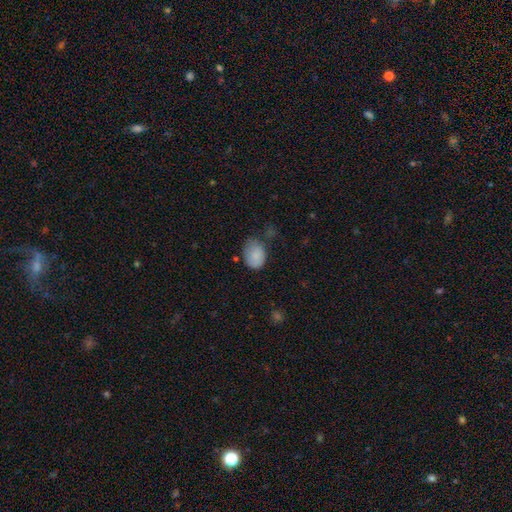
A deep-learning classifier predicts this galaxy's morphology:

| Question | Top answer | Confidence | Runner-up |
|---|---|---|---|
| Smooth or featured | smooth | 84% | featured or disk (9%) |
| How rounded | in between | 70% | round (29%) |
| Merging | none | 49% | minor disturbance (36%) |